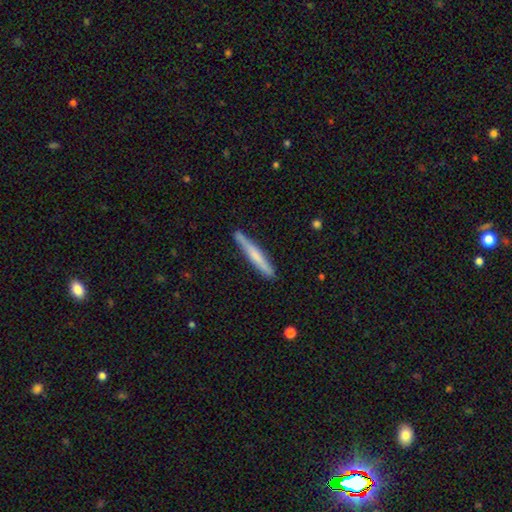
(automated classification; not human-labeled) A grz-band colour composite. It shows a smooth galaxy with no disk features (60%) that is cigar-shaped (96%). Merging: none (86%).